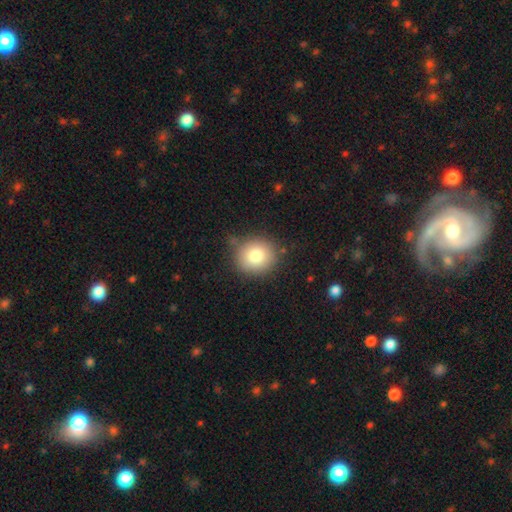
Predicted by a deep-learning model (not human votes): Smooth or featured: smooth — 81% (star or artifact — 10%)
How rounded: round — 87% (in between — 13%)
Merging: none — 80% (minor disturbance — 13%)